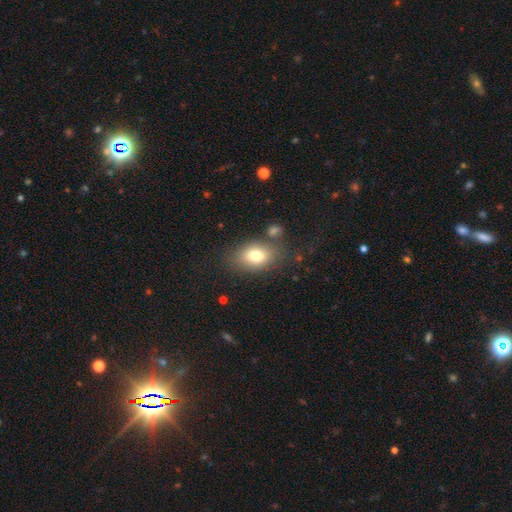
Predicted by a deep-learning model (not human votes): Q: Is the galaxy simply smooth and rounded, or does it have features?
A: smooth — 76%.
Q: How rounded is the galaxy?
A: in between — 82%.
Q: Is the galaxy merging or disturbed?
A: none — 72%.